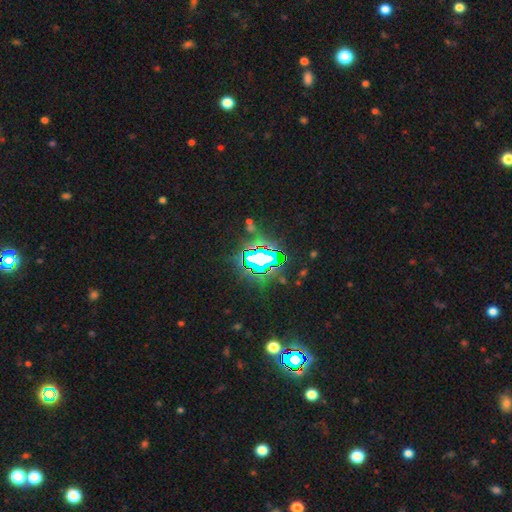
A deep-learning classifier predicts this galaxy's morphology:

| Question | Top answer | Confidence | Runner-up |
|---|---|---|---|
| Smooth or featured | star or artifact | 83% | smooth (10%) |